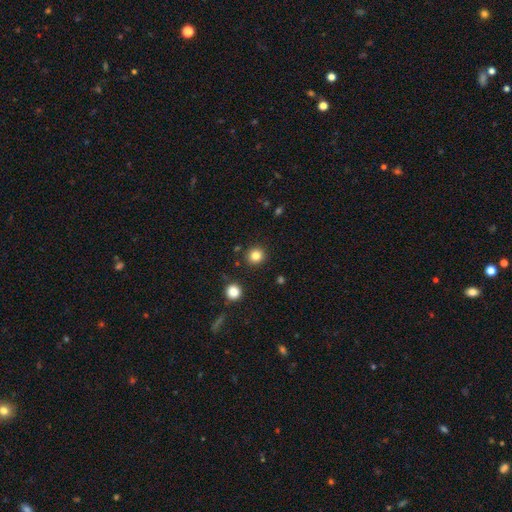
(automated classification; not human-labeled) smooth 83%, star or artifact 12%, featured or disk 5%. Down the decision tree: how rounded — round (92%); merging — none (90%).